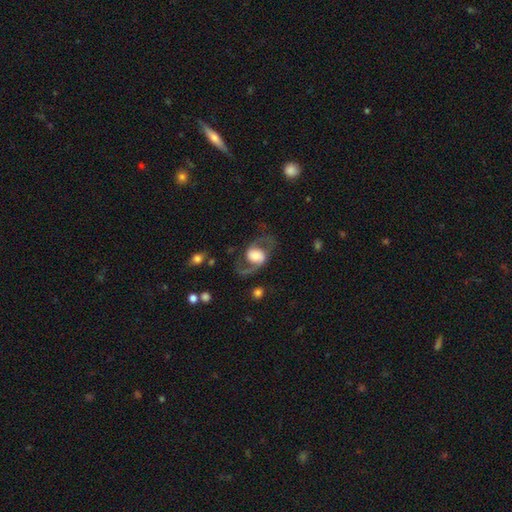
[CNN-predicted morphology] This is likely a featured or disk galaxy (72%). It is clearly not viewed edge-on (96%). Bar: possibly no (53%). Spiral arm pattern: clearly yes (87%). Spiral arm count: clearly 2 (89%). Spiral winding: possibly medium (46%). Central bulge: marginally large (40%). Merging: likely none (65%).